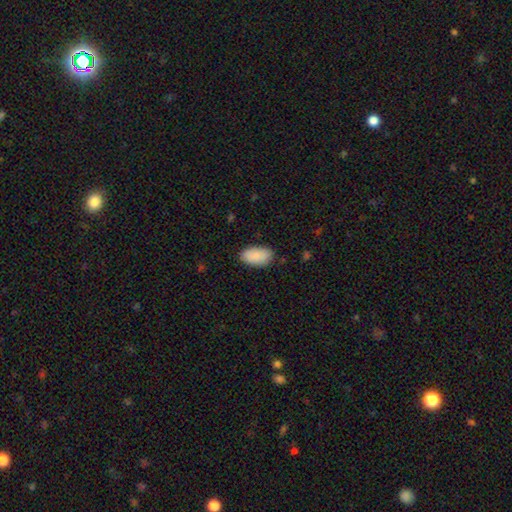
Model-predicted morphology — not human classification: Smooth or featured? Predicted: smooth (p=0.89). How rounded? Predicted: in between (p=0.95). Merging? Predicted: none (p=0.81).